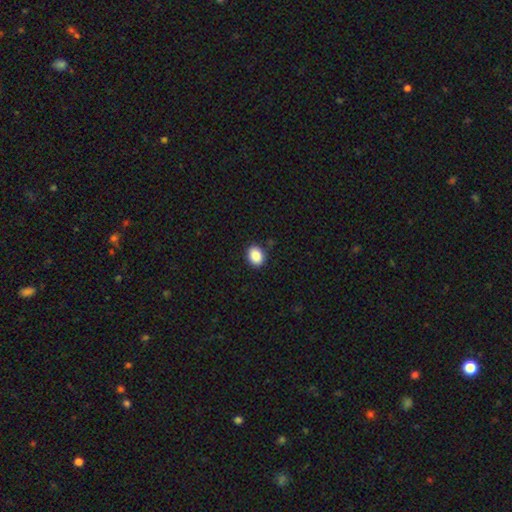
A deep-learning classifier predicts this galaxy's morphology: This appears to be a smooth galaxy with no disk features (89%) that is in between round and cigar-shaped (65%). Merging: none (89%).